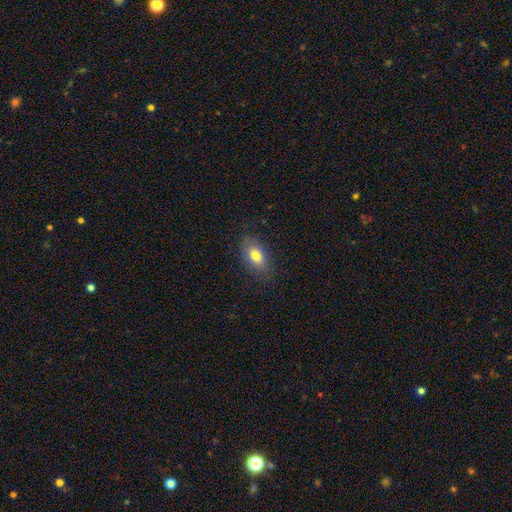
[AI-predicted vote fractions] Smooth or featured? smooth (77%)
How rounded? in between (89%)
Merging? none (82%)